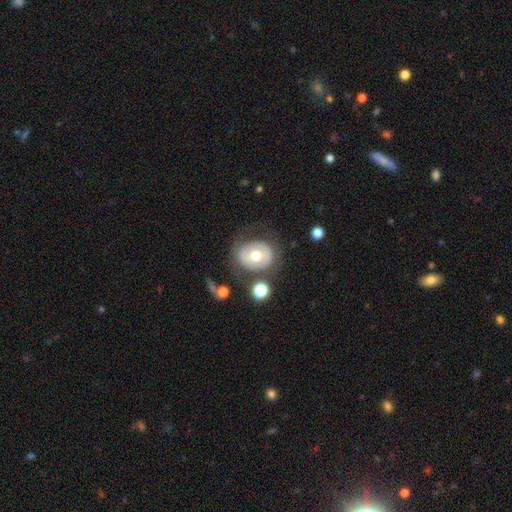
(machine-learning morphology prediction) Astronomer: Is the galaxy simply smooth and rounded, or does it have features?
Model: smooth — 47% (runner-up: featured or disk, 46%).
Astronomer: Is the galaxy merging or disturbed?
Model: none — 68%.